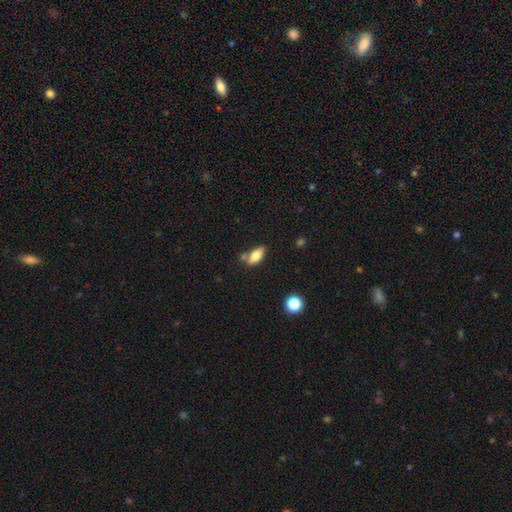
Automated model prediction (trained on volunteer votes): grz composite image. It shows a smooth galaxy with no disk features (72%) that is in between round and cigar-shaped (81%). Merging: none (64%).